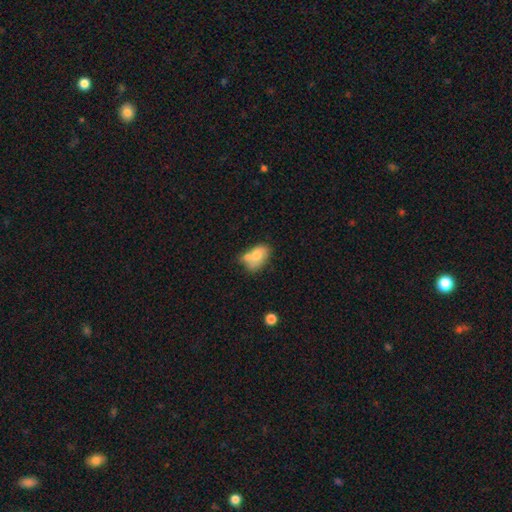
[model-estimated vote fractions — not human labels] This is likely a smooth galaxy (73%). How rounded: clearly in between (85%). Merging: marginally merger (38%, tied with none).